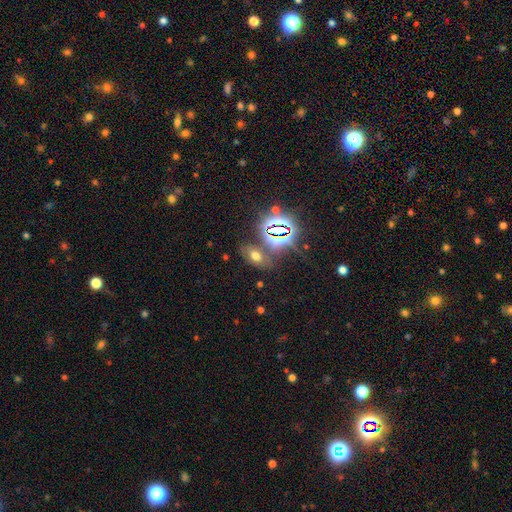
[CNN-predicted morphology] This is possibly a smooth galaxy (49%). Merging: likely none (72%).